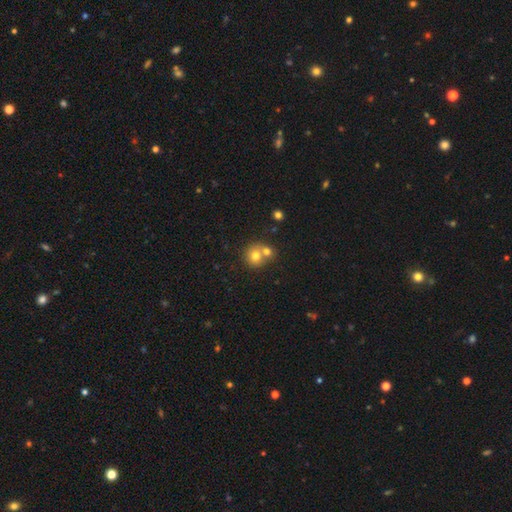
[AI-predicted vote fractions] This appears to be a smooth galaxy with no disk features (74%) that is round (82%). Merging: merger (51%).